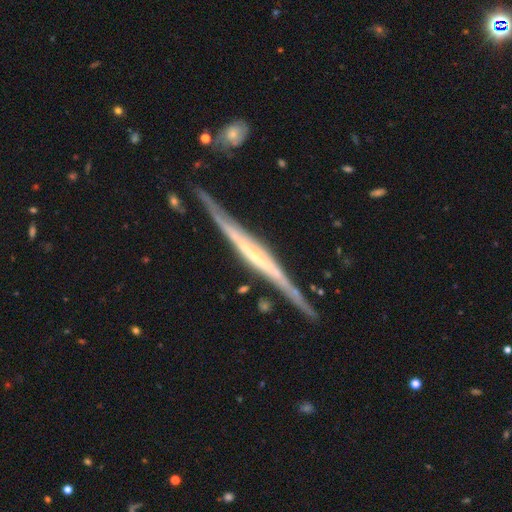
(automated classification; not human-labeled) The model was most divided on "edge-on bulge": none: 51%, rounded: 30%, boxy: 19%. More confident: edge-on disk — yes (96%); smooth or featured — featured or disk (83%); merging — none (82%).